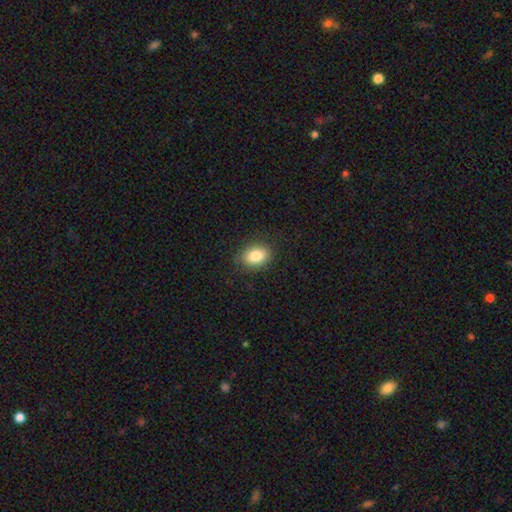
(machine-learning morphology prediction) Smooth or featured? smooth (84%)
How rounded? in between (75%)
Merging? none (86%)